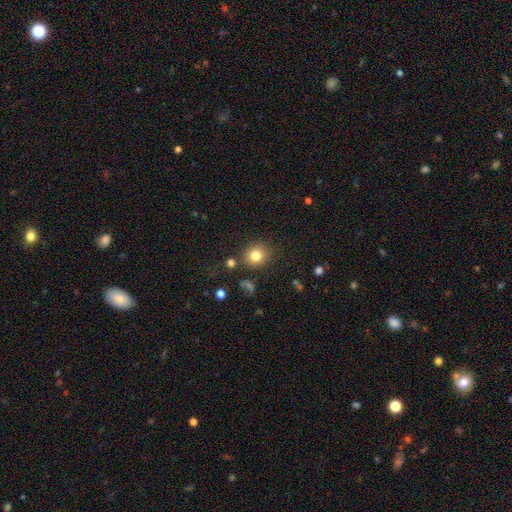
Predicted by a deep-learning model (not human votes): smooth_or_featured: smooth (p=0.81) [alt: star or artifact p=0.12]
how_rounded: round (p=0.82) [alt: in between p=0.17]
merging: none (p=0.84) [alt: minor disturbance p=0.09]